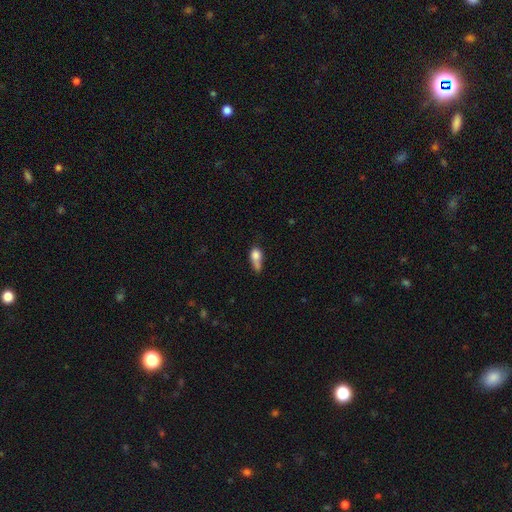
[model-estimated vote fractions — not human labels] This appears to be a smooth galaxy with no disk features (74%) that is in between round and cigar-shaped (66%). Merging: minor disturbance (30%).